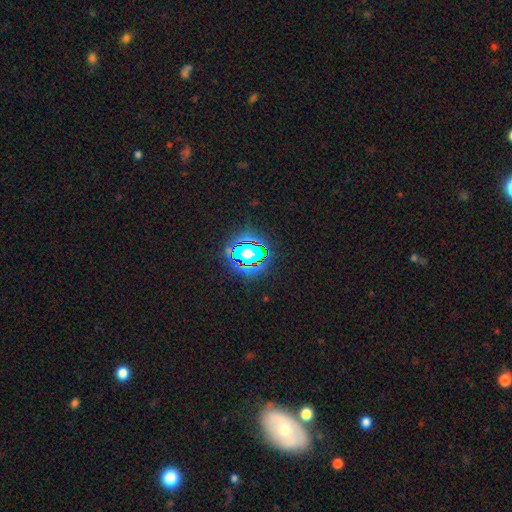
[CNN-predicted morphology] The model was most divided on "smooth or featured": star or artifact: 63%, smooth: 24%, featured or disk: 13%.